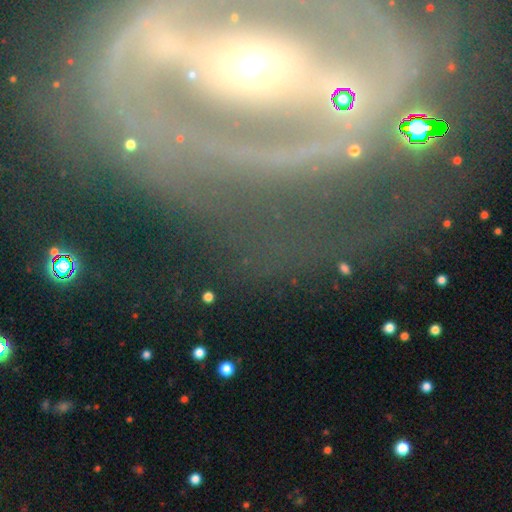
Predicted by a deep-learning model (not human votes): Smooth or featured? Predicted: featured or disk (p=0.81). Edge-on disk? Predicted: no (p=0.92). Bar? Predicted: strong (p=0.62). Spiral arms? Predicted: yes (p=0.80). Spiral winding? Predicted: tight (p=0.52). Spiral arm count? Predicted: 2 (p=0.52). Bulge size? Predicted: small (p=0.50). Merging? Predicted: none (p=0.69).